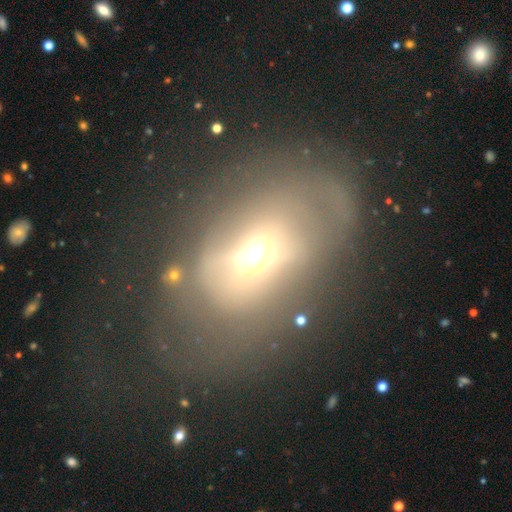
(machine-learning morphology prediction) Smooth or featured: smooth — 44% (featured or disk — 38%)
Merging: major disturbance — 45% (none — 26%)